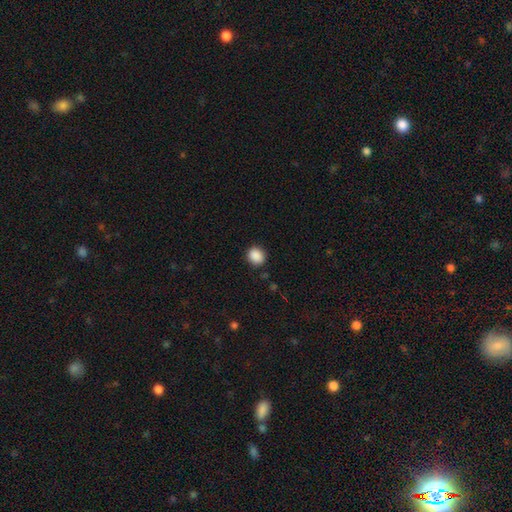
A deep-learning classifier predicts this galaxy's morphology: This is clearly a smooth galaxy (89%). How rounded: likely round (72%). Merging: clearly none (88%).